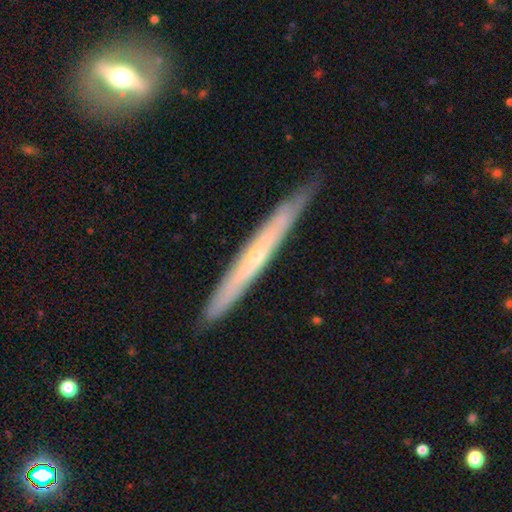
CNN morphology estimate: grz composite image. It shows a featured or disk galaxy (67%) viewed edge-on (89%) with a rounded central bulge (50%). Merging: none (84%).